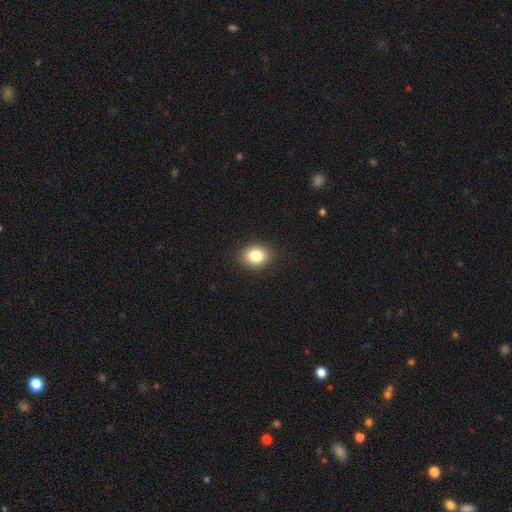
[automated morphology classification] A smooth galaxy with no disk features (83%) that is round (58%).

Vote fractions:
- Smooth or featured? smooth: 83% / star or artifact: 10% / featured or disk: 7%
- How rounded? round: 58% / in between: 41% / cigar-shaped: 1%
- Merging? none: 90% / minor disturbance: 7% / major disturbance: 2% / merger: 1%